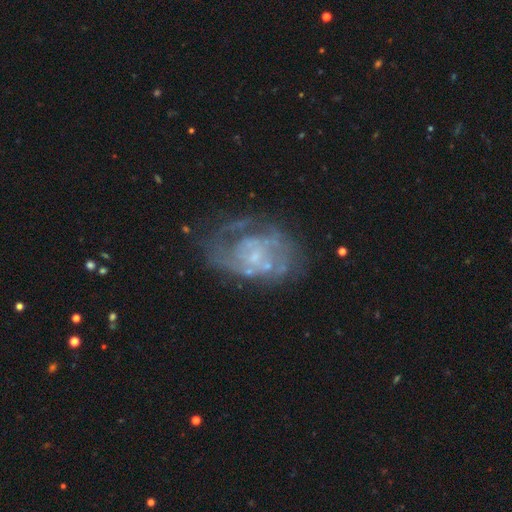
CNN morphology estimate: Smooth or featured?
  - featured or disk: 79% *
  - smooth: 13%
  - star or artifact: 8%
Edge-on disk?
  - no: 98% *
  - yes: 2%
Bar?
  - no: 74% *
  - weak: 22%
  - strong: 4%
Spiral arms?
  - yes: 68% *
  - no: 32%
Spiral winding?
  - tight: 42% *
  - medium: 38%
  - loose: 20%
Spiral arm count?
  - can't tell: 41% *
  - 2: 29%
  - 1: 13%
  - 3: 9%
  - 4: 4%
  - more than 4: 4%
Bulge size?
  - small: 55% *
  - none: 26%
  - moderate: 15%
  - large: 2%
  - dominant: 1%
Merging?
  - none: 51% *
  - major disturbance: 23%
  - minor disturbance: 20%
  - merger: 5%